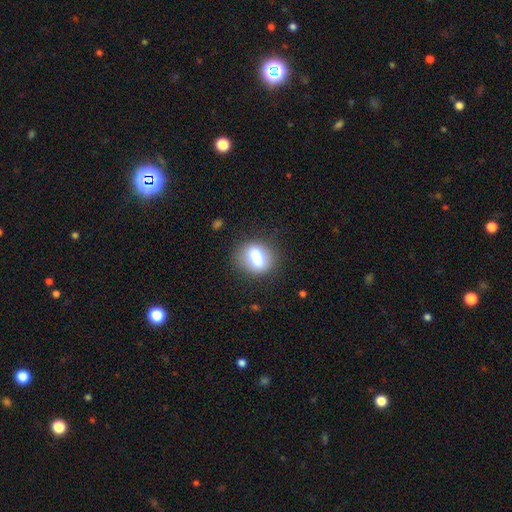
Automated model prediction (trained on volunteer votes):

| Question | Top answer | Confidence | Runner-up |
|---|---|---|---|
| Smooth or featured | smooth | 75% | featured or disk (15%) |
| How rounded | in between | 50% | round (47%) |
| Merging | none | 82% | minor disturbance (12%) |